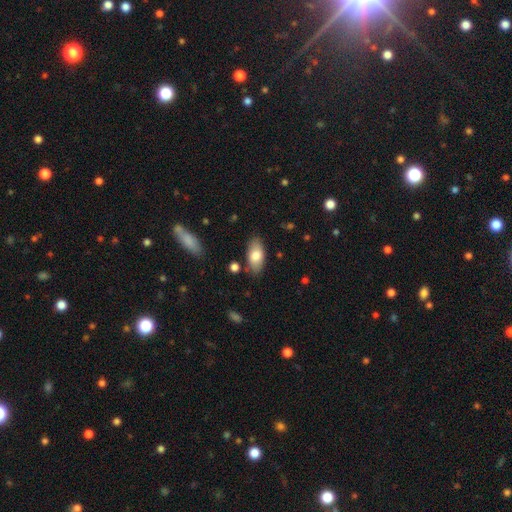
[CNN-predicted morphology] The model was most divided on "smooth or featured": smooth: 78%, featured or disk: 16%, star or artifact: 6%. More confident: how rounded — in between (92%); merging — none (82%).